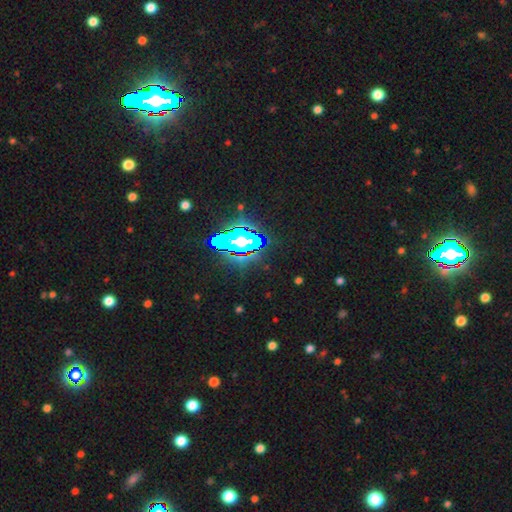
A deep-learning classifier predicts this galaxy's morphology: Smooth or featured?
  - star or artifact: 69% *
  - smooth: 17%
  - featured or disk: 14%